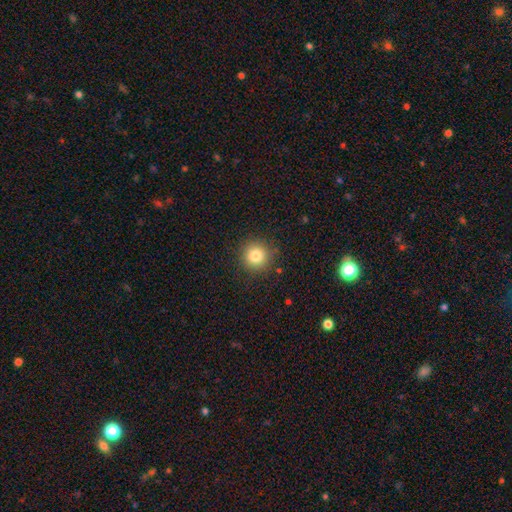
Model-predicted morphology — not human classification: Smooth or featured? Predicted: smooth (p=0.81). How rounded? Predicted: round (p=0.94). Merging? Predicted: none (p=0.90).